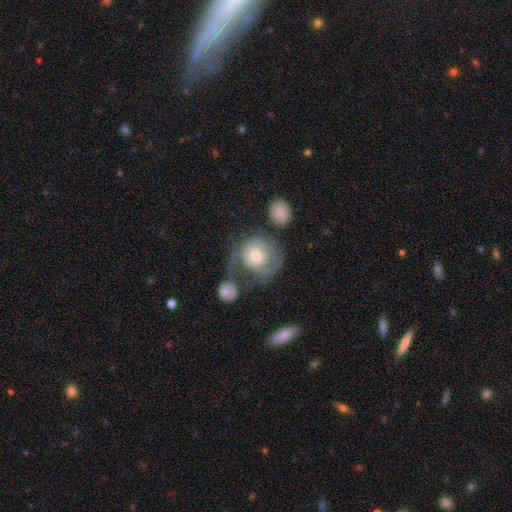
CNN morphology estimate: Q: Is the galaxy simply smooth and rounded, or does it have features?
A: featured or disk — 57%.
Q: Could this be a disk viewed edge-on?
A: no — 97%.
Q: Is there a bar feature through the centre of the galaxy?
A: no — 78%.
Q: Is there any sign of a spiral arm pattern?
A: yes — 71%.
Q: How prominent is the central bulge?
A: moderate — 62%.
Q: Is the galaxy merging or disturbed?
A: major disturbance — 33%, tied with none.